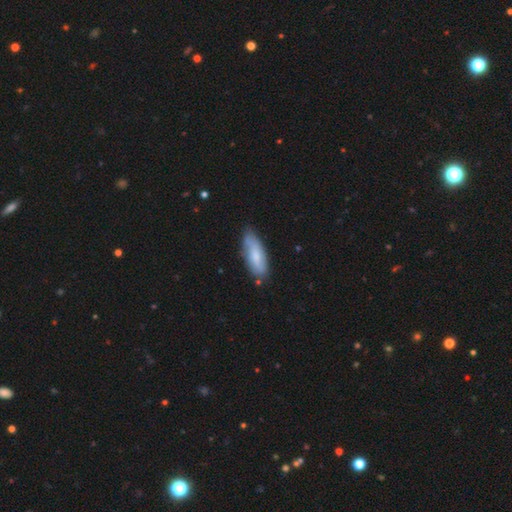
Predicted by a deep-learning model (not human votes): Smooth or featured?
  - smooth: 62% *
  - featured or disk: 31%
  - star or artifact: 6%
How rounded?
  - in between: 68% *
  - cigar-shaped: 30%
  - round: 2%
Merging?
  - none: 69% *
  - minor disturbance: 24%
  - major disturbance: 4%
  - merger: 3%